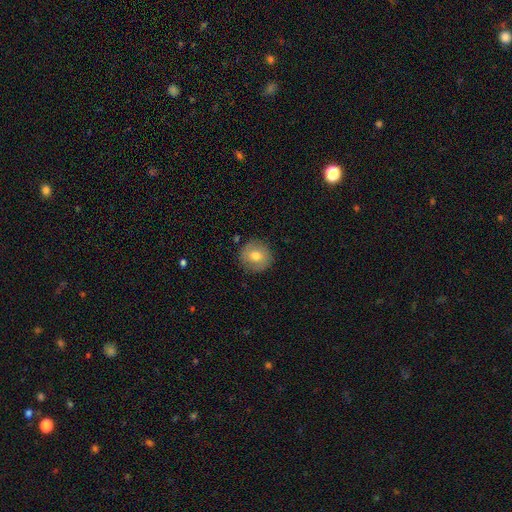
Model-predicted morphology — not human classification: Smooth or featured: smooth — 73% (featured or disk — 19%)
How rounded: round — 94% (in between — 5%)
Merging: none — 88% (minor disturbance — 9%)